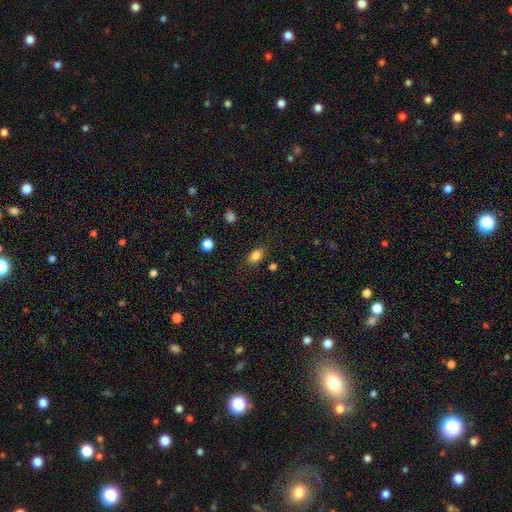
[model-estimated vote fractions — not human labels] Morphology: type=smooth (83%); roundness=in between (80%); merging=none (80%).